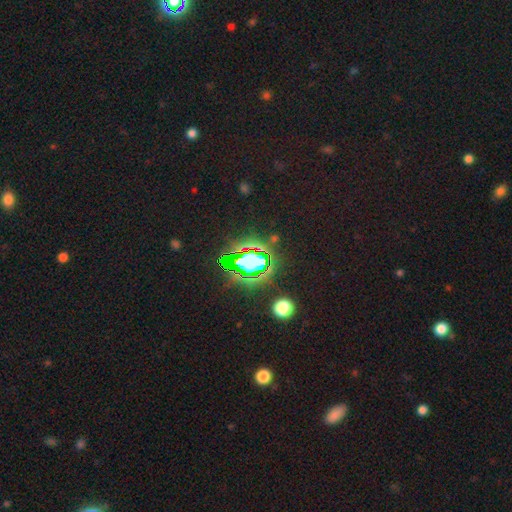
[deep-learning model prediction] A star or artifact, not a galaxy (76%).